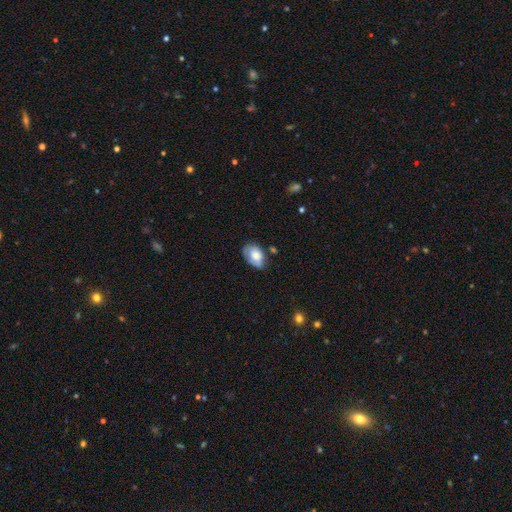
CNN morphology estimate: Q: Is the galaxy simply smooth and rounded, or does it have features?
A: smooth — 69%.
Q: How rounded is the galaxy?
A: in between — 88%.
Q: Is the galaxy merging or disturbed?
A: none — 51%.